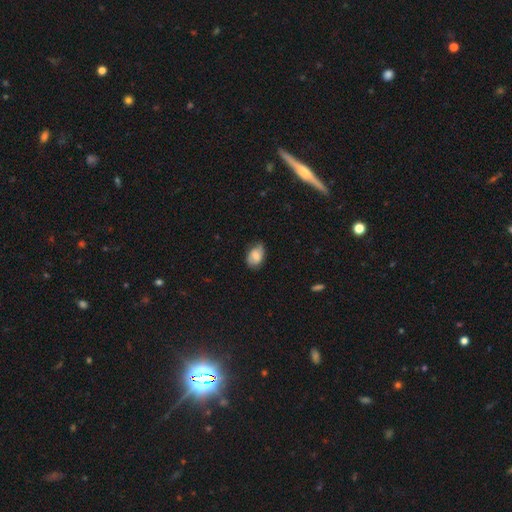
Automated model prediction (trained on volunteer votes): smooth_or_featured: smooth (p=0.72) [alt: featured or disk p=0.21]
how_rounded: in between (p=0.85) [alt: round p=0.14]
merging: none (p=0.57) [alt: minor disturbance p=0.36]